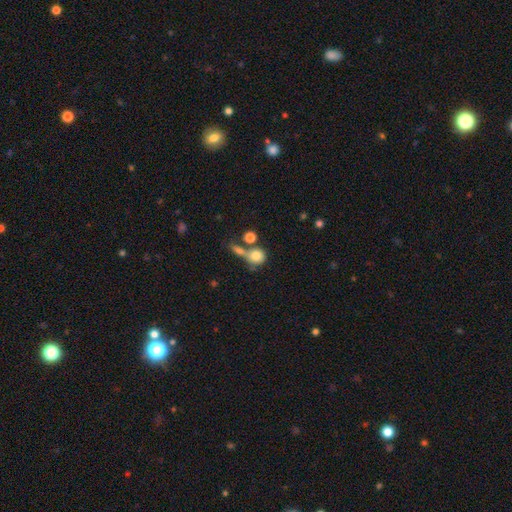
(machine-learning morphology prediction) smooth 78%, featured or disk 12%, star or artifact 10%. Down the decision tree: how rounded — round (81%); merging — none (40%).